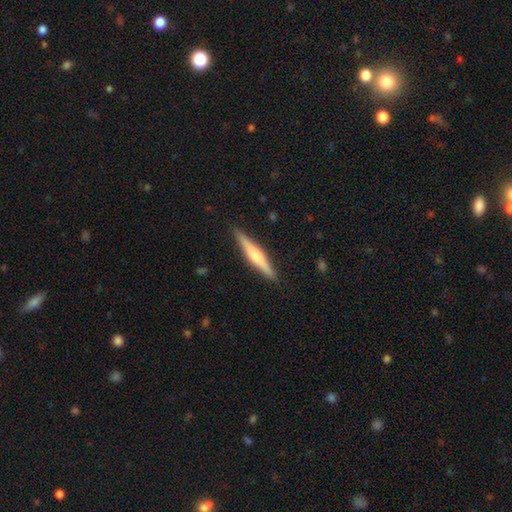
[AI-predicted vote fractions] Smooth or featured? Predicted: featured or disk (p=0.56). Edge-on disk? Predicted: yes (p=0.97). Edge-on bulge? Predicted: rounded (p=0.74). Merging? Predicted: none (p=0.90).